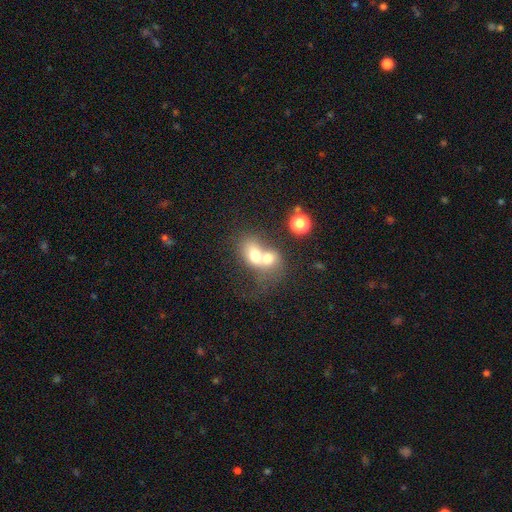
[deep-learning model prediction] This appears to be a smooth galaxy with no disk features (65%) that is in between round and cigar-shaped (58%). Merging: merger (74%).